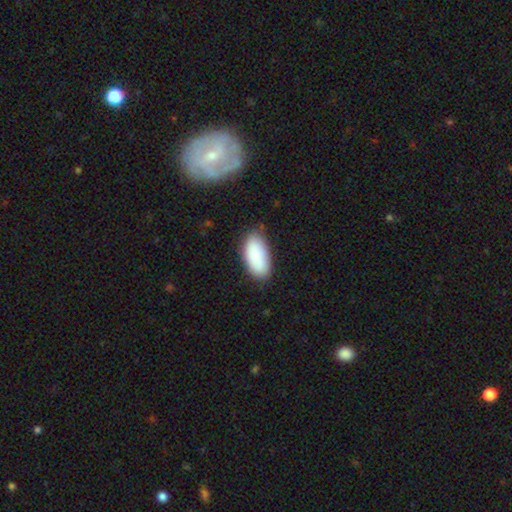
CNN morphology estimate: Smooth or featured?
  - smooth: 86% *
  - featured or disk: 7%
  - star or artifact: 6%
How rounded?
  - in between: 93% *
  - cigar-shaped: 5%
  - round: 2%
Merging?
  - none: 80% *
  - minor disturbance: 15%
  - major disturbance: 3%
  - merger: 2%